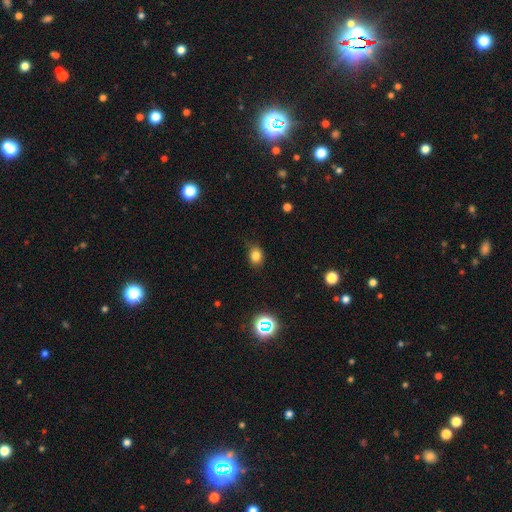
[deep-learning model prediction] Smooth or featured? smooth (80%)
How rounded? in between (54%)
Merging? none (76%)